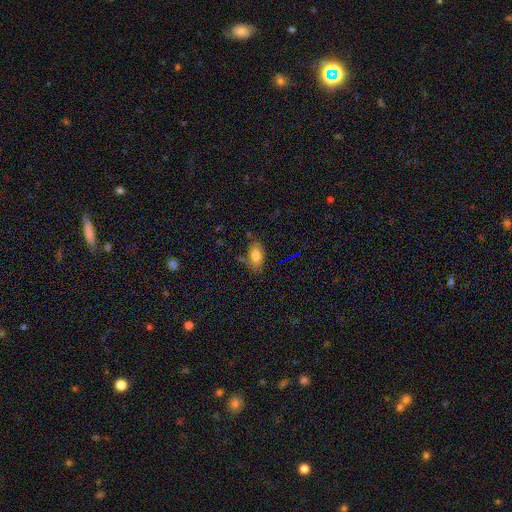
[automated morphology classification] Smooth or featured? Predicted: smooth (p=0.73). How rounded? Predicted: in between (p=0.88). Merging? Predicted: none (p=0.66).